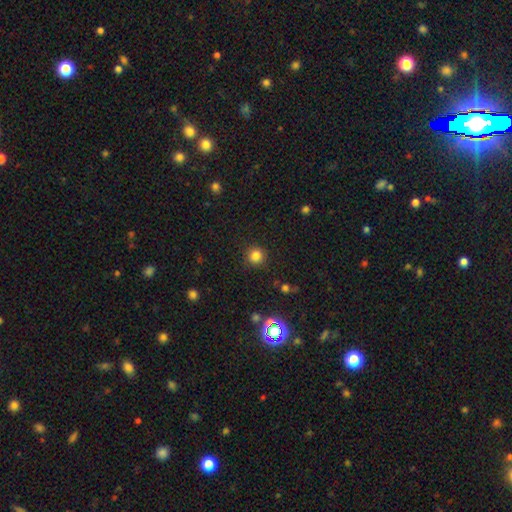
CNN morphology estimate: smooth_or_featured: smooth (p=0.81) [alt: star or artifact p=0.14]
how_rounded: round (p=0.93) [alt: in between p=0.06]
merging: none (p=0.89) [alt: minor disturbance p=0.07]